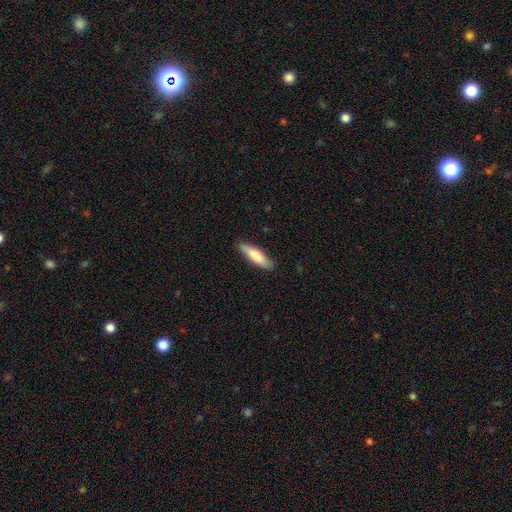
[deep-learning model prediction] Smooth or featured? smooth (77%)
How rounded? cigar-shaped (70%)
Merging? none (85%)